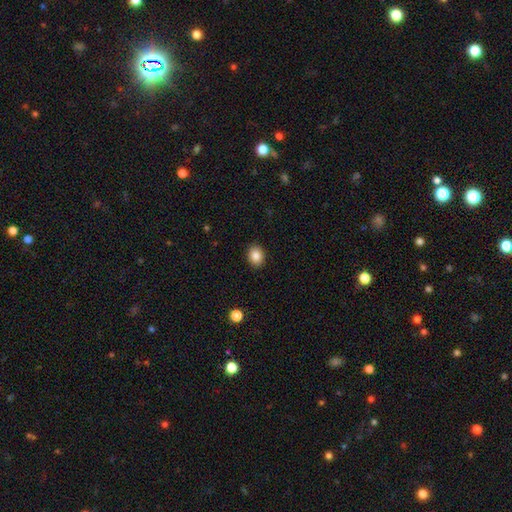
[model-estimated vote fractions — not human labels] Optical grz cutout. It shows a smooth galaxy with no disk features (86%) that is in between round and cigar-shaped (50%). Merging: none (90%).